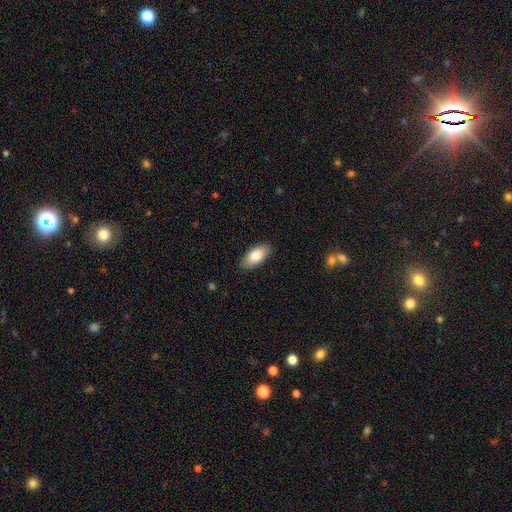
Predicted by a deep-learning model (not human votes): Smooth or featured?
  - smooth: 81% *
  - featured or disk: 13%
  - star or artifact: 6%
How rounded?
  - in between: 91% *
  - cigar-shaped: 6%
  - round: 2%
Merging?
  - none: 87% *
  - minor disturbance: 10%
  - major disturbance: 2%
  - merger: 1%